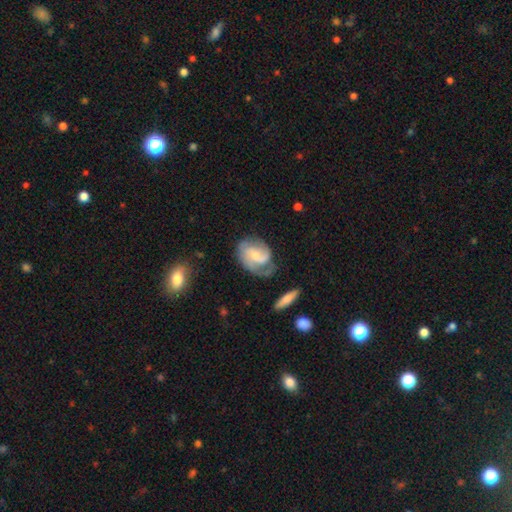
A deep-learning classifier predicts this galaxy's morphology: This appears to be a featured or disk galaxy (73%) with no bar (47%), 2 (61%) medium (45%) spiral arms (91%) and a small central bulge (55%). Merging: none (54%).